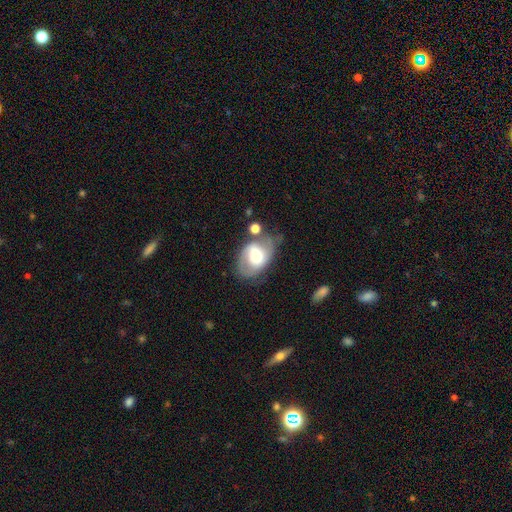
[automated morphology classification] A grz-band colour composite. It shows a featured or disk galaxy (53%). Merging: none (48%).